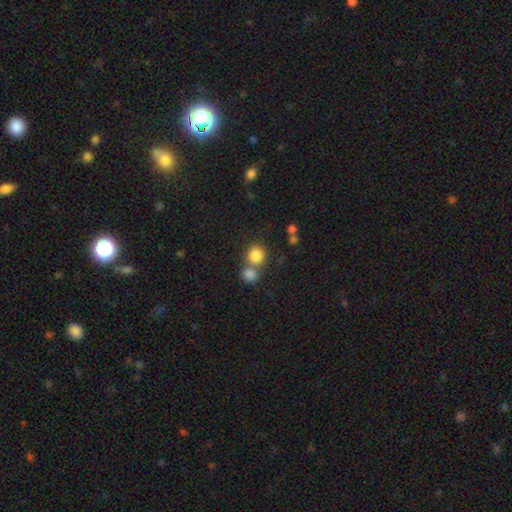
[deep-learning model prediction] Morphology: type=smooth (82%); roundness=round (87%); merging=none (51%).